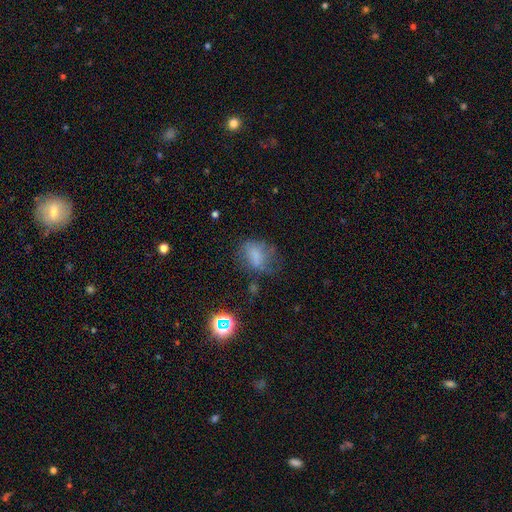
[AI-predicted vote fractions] Q: Smooth or featured?
A: smooth (61%); runner-up: featured or disk (22%)
Q: How rounded?
A: in between (66%); runner-up: round (32%)
Q: Merging?
A: none (44%); runner-up: minor disturbance (27%)